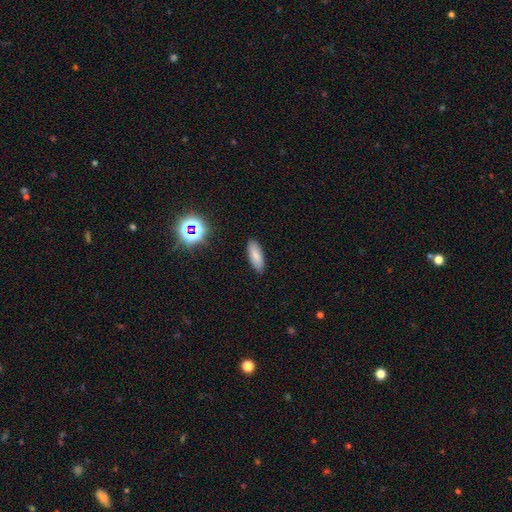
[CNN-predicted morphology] Smooth or featured? Predicted: smooth (p=0.81). How rounded? Predicted: in between (p=0.67). Merging? Predicted: none (p=0.88).